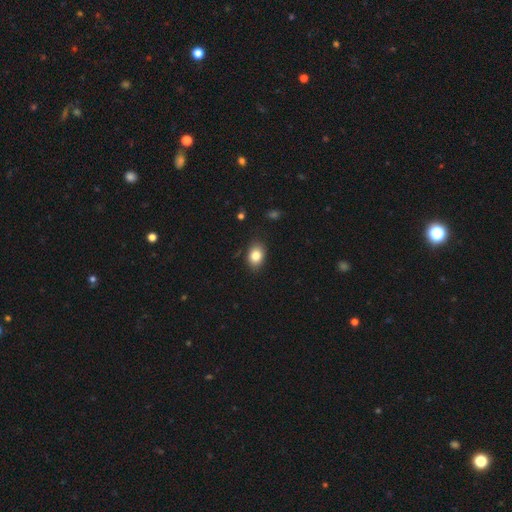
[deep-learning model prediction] smooth_or_featured: smooth (p=0.83) [alt: star or artifact p=0.09]
how_rounded: in between (p=0.69) [alt: round p=0.30]
merging: none (p=0.83) [alt: minor disturbance p=0.13]